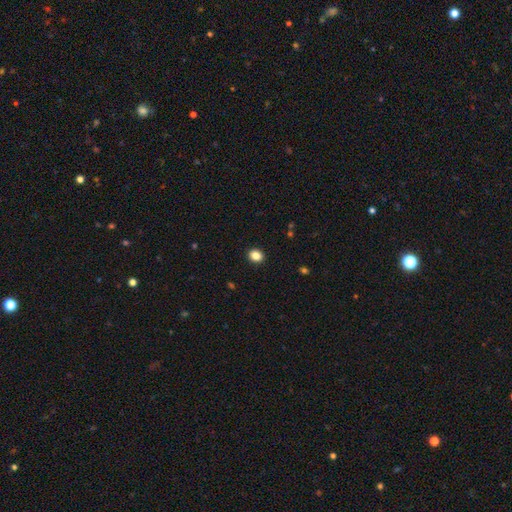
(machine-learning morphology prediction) smooth-or-featured: smooth: 86% | star or artifact: 10% | featured or disk: 4%
  how-rounded: round: 57% | in between: 42% | cigar-shaped: 1%
  merging: none: 91% | minor disturbance: 6% | major disturbance: 2% | merger: 1%